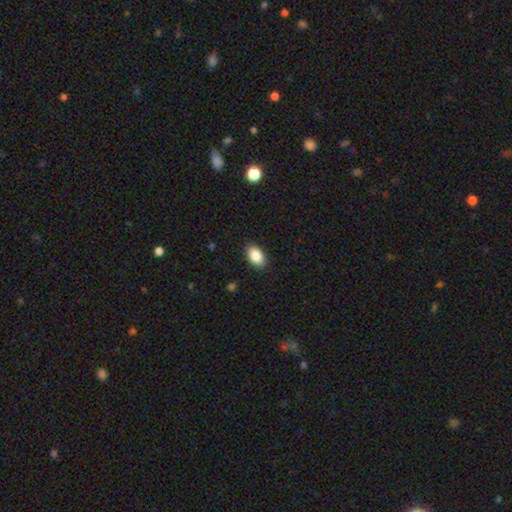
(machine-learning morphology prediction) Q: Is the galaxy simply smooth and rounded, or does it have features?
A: smooth — 86%.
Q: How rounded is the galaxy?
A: in between — 91%.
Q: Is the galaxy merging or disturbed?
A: none — 89%.